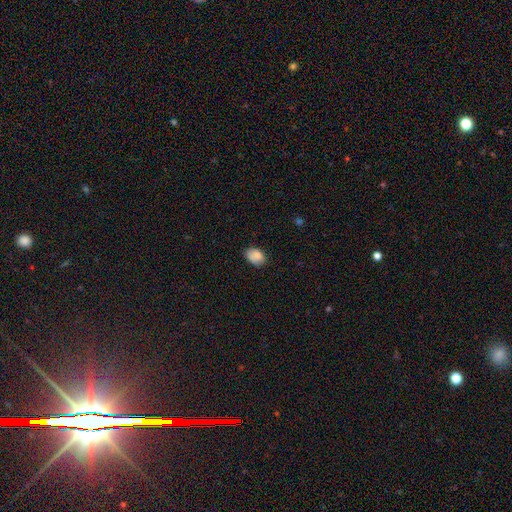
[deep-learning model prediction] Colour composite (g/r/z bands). It shows a smooth galaxy with no disk features (82%) that is in between round and cigar-shaped (79%). Merging: none (73%).